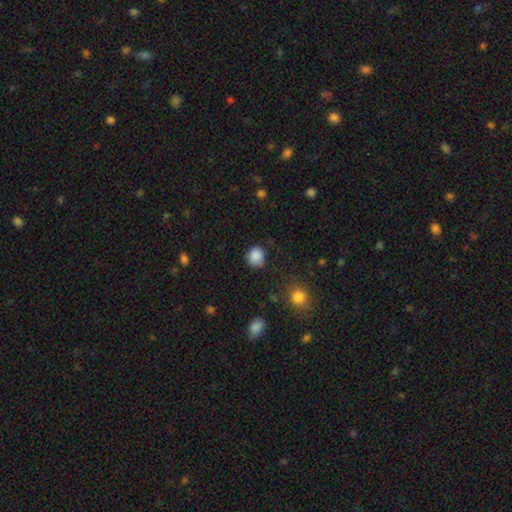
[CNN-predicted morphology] Smooth or featured?
  - smooth: 87% *
  - star or artifact: 10%
  - featured or disk: 3%
How rounded?
  - round: 80% *
  - in between: 19%
  - cigar-shaped: 1%
Merging?
  - none: 80% *
  - minor disturbance: 14%
  - major disturbance: 4%
  - merger: 2%